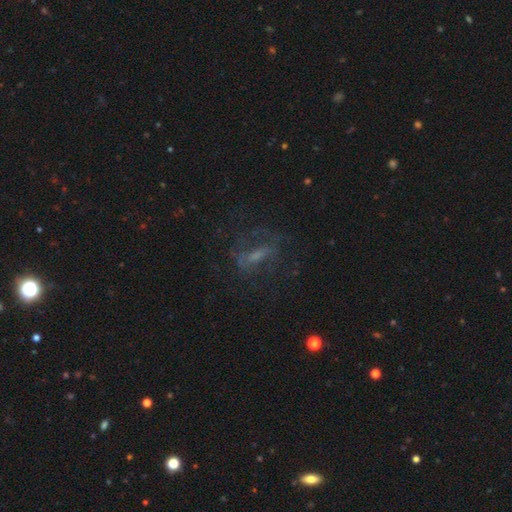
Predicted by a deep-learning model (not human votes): A featured or disk galaxy (53%).

Vote fractions:
- Smooth or featured? featured or disk: 53% / smooth: 26% / star or artifact: 21%
- Edge-on disk? no: 80% / yes: 20%
- Merging? none: 58% / major disturbance: 23% / minor disturbance: 17% / merger: 2%